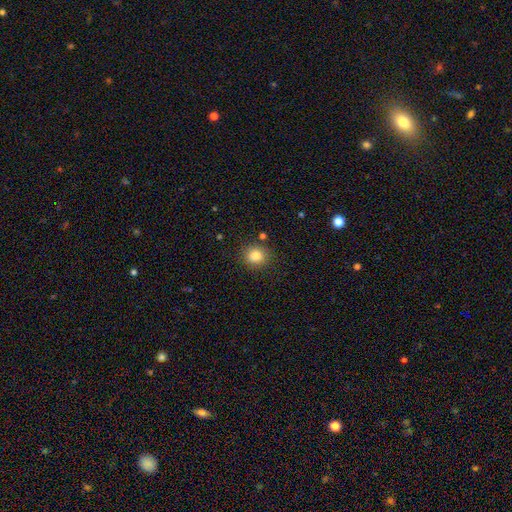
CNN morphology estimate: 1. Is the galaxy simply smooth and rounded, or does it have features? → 84% smooth, 11% star or artifact, 5% featured or disk.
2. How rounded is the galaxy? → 84% round, 15% in between, 1% cigar-shaped.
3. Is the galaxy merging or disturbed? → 85% none, 9% minor disturbance, 3% merger, 3% major disturbance.